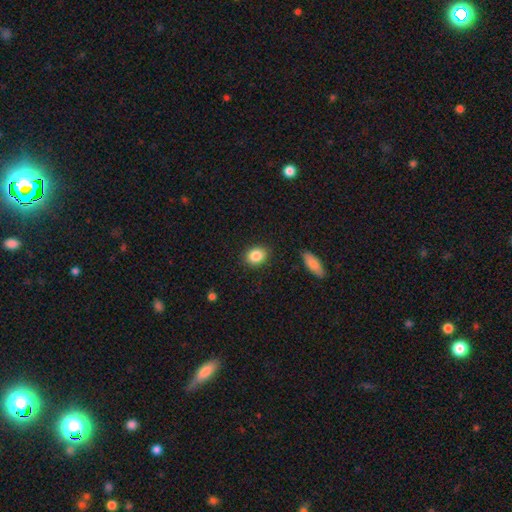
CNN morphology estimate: smooth 86%, star or artifact 8%, featured or disk 6%. Down the decision tree: how rounded — round (51%); merging — none (88%).